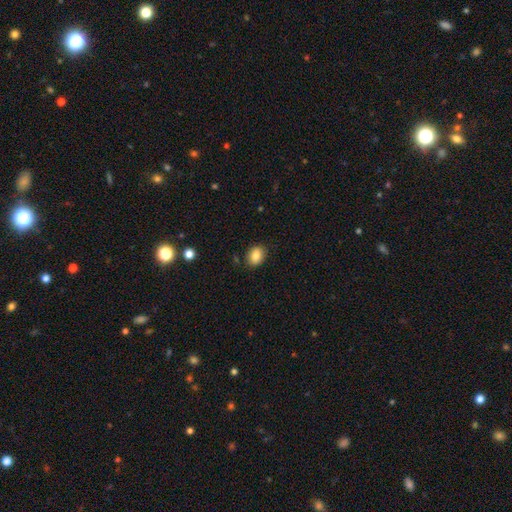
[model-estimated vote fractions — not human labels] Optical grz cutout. It shows a smooth galaxy with no disk features (84%) that is in between round and cigar-shaped (60%). Merging: none (85%).